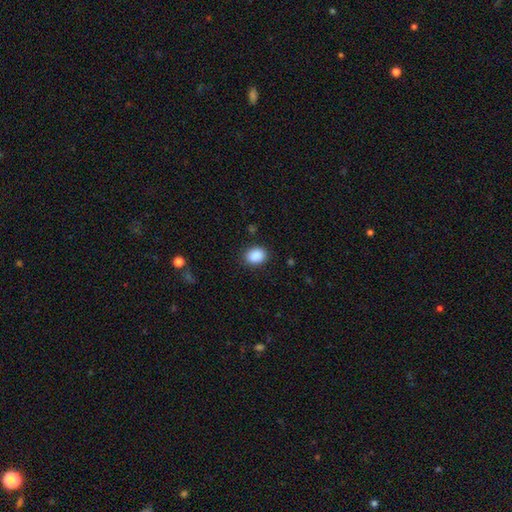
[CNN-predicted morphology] Overall: smooth (89%). How rounded: in between (58%; round 41%). Merging: none (86%).